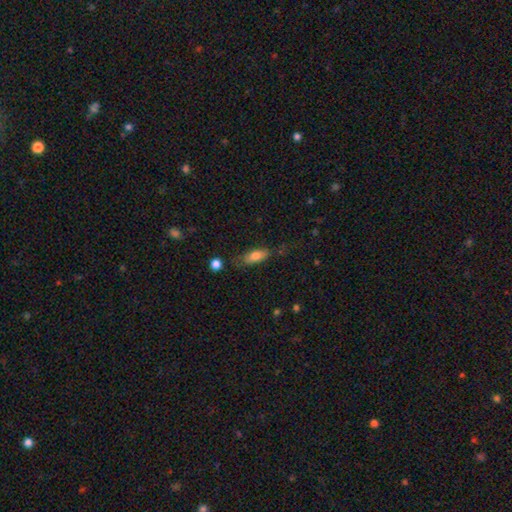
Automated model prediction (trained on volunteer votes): A smooth galaxy with no disk features (76%) that is in between round and cigar-shaped (74%). Merging: none (65%).